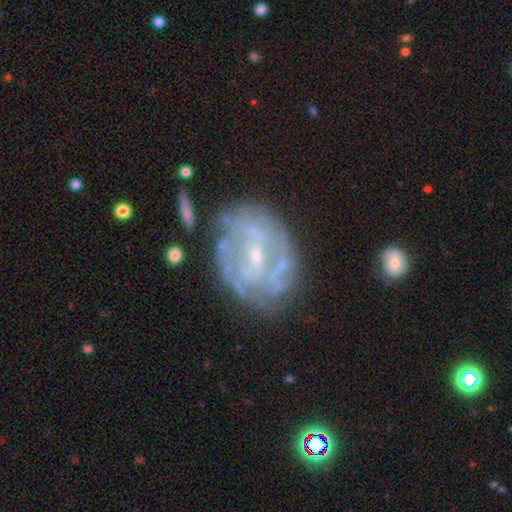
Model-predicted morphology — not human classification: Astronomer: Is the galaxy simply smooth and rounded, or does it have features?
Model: featured or disk — 79%.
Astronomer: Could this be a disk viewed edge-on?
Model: no — 97%.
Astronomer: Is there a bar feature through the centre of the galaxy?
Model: weak — 46% (runner-up: no, 34%).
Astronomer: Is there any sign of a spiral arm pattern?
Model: yes — 70%.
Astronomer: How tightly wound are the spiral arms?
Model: tight — 53% (runner-up: medium, 33%).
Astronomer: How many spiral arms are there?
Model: can't tell — 48% (runner-up: 2, 26%).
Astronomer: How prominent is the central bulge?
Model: small — 71%.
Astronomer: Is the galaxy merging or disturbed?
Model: none — 63%.